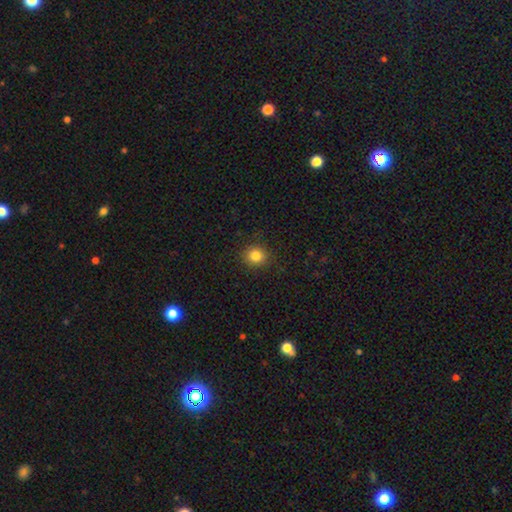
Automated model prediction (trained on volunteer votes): Smooth or featured?
  - smooth: 84% *
  - star or artifact: 11%
  - featured or disk: 5%
How rounded?
  - round: 84% *
  - in between: 15%
  - cigar-shaped: 1%
Merging?
  - none: 90% *
  - minor disturbance: 7%
  - major disturbance: 2%
  - merger: 1%